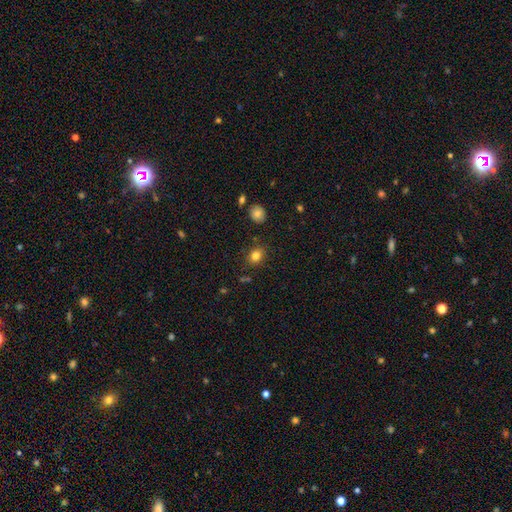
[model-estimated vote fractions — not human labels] Overall: smooth (82%). How rounded: in between (50%; round 49%). Merging: none (83%).